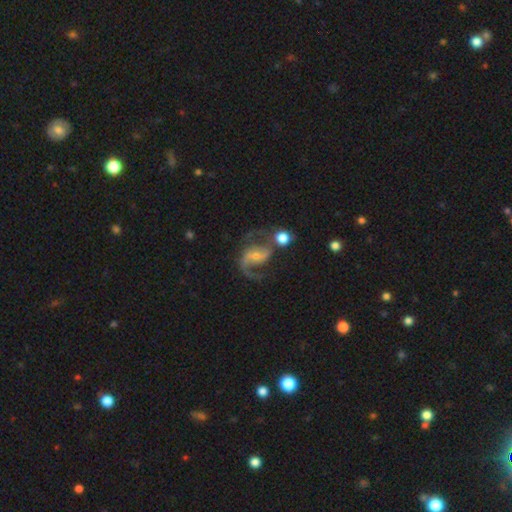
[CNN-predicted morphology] Overall: featured or disk (87%). Edge-on disk: no (98%). Bar: weak (42%; no 30%). Spiral arms: yes (96%). Spiral arm count: 2 (80%). Spiral winding: loose (49%; medium 43%). Bulge size: small (58%; moderate 34%). Merging: none (51%; major disturbance 20%).